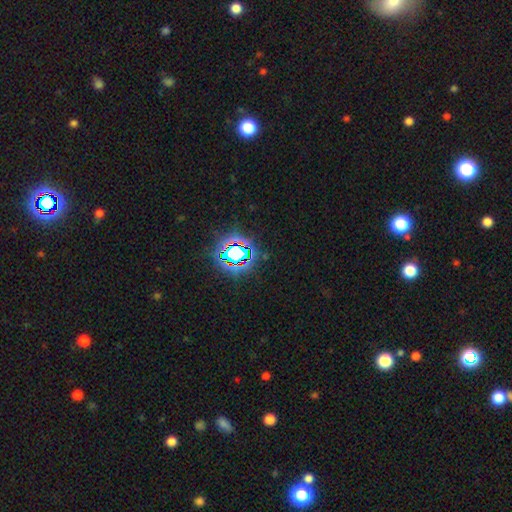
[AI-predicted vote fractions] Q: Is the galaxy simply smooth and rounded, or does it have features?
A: star or artifact — 80%.